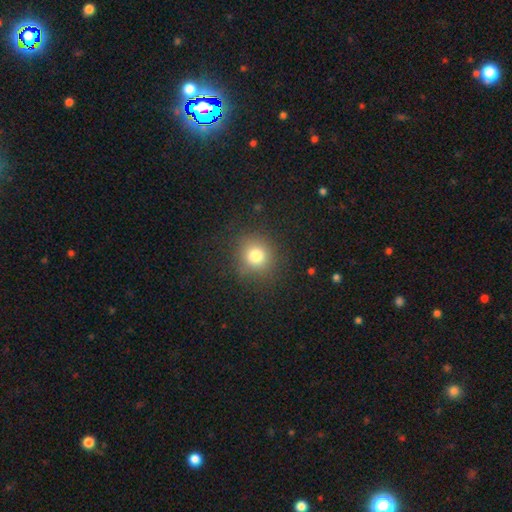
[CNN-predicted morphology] Smooth or featured? Predicted: smooth (p=0.78). How rounded? Predicted: round (p=0.85). Merging? Predicted: none (p=0.84).